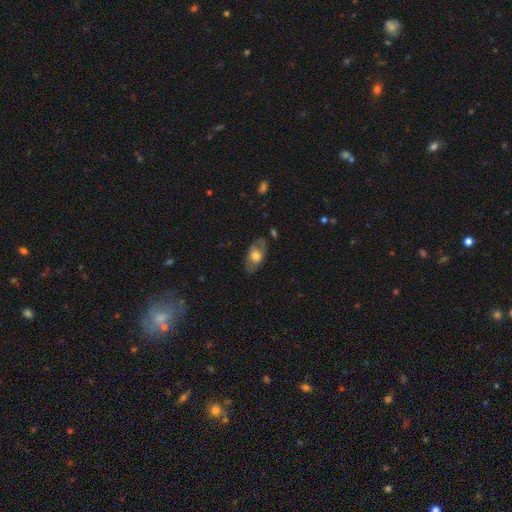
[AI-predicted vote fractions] This appears to be a smooth galaxy with no disk features (54%) that is in between round and cigar-shaped (89%). Merging: none (73%).